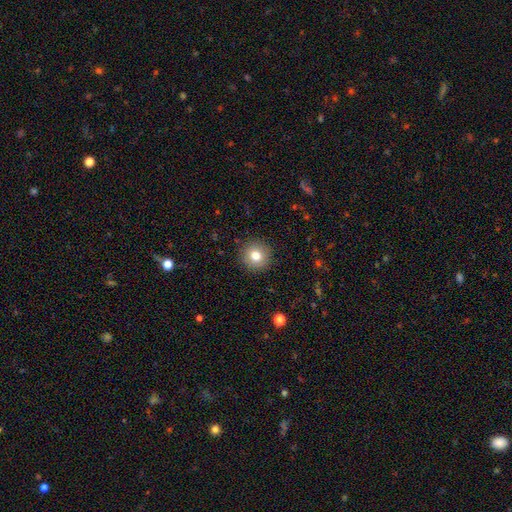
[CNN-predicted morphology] smooth_or_featured: smooth (p=0.79) [alt: star or artifact p=0.11]
how_rounded: round (p=0.95) [alt: in between p=0.04]
merging: none (p=0.92) [alt: minor disturbance p=0.05]